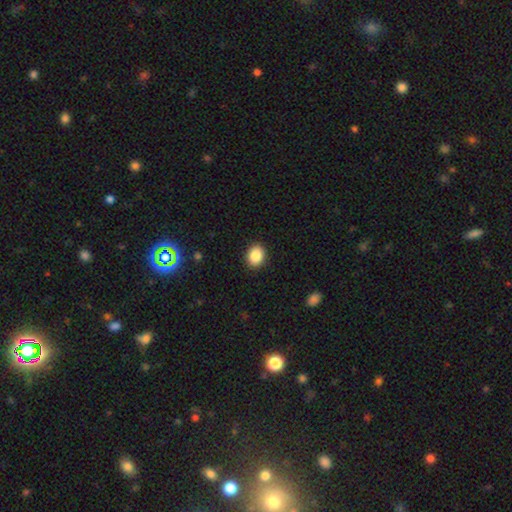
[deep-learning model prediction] Smooth or featured? smooth (87%)
How rounded? in between (54%)
Merging? none (90%)